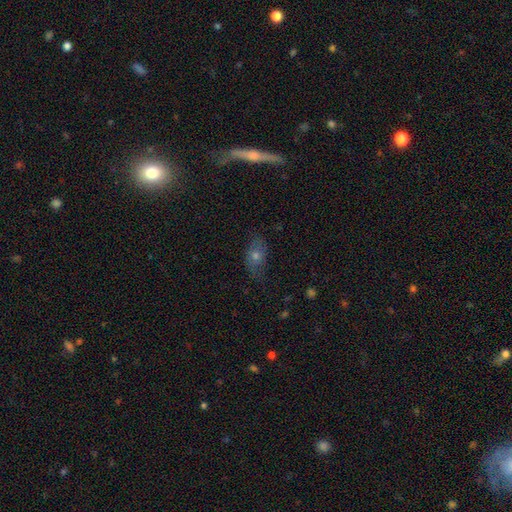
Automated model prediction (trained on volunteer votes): smooth_or_featured: smooth (p=0.44) [alt: featured or disk p=0.38]
merging: none (p=0.68) [alt: minor disturbance p=0.21]